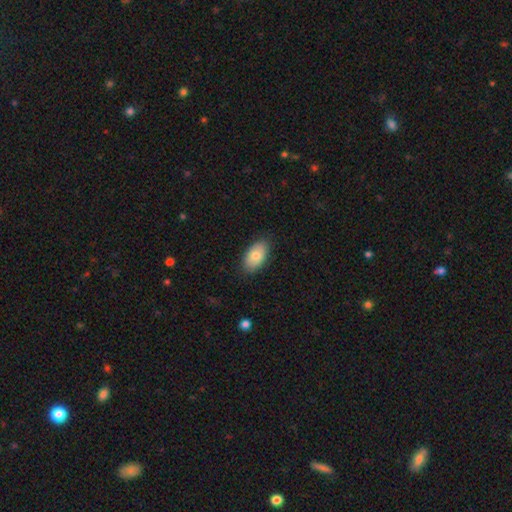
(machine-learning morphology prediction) The model was most divided on "smooth or featured": smooth: 79%, featured or disk: 15%, star or artifact: 7%. More confident: how rounded — in between (93%); merging — none (85%).